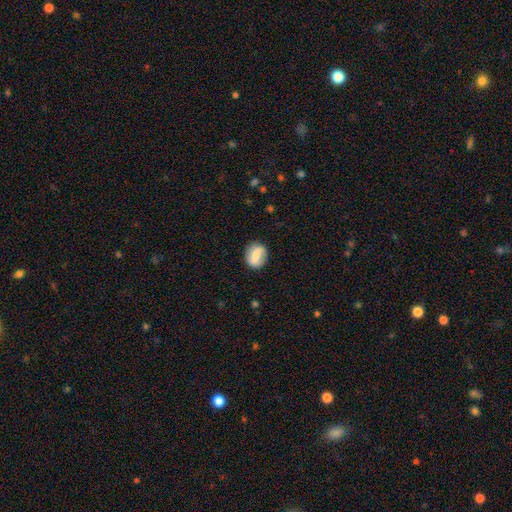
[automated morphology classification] Q: Smooth or featured?
A: smooth (72%); runner-up: featured or disk (21%)
Q: How rounded?
A: round (54%); runner-up: in between (44%)
Q: Merging?
A: none (78%); runner-up: minor disturbance (16%)